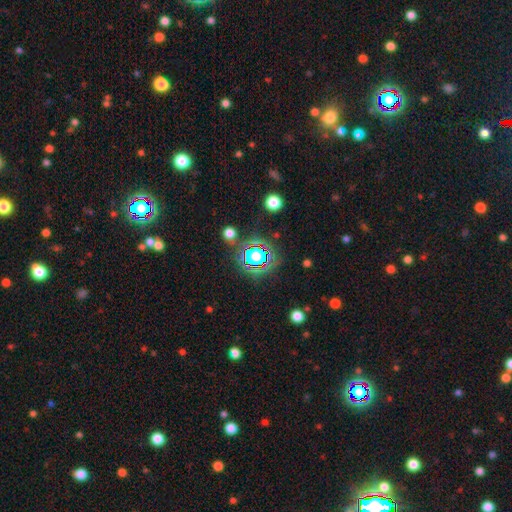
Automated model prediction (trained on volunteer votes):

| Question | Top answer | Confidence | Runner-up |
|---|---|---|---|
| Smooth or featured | star or artifact | 57% | smooth (31%) |